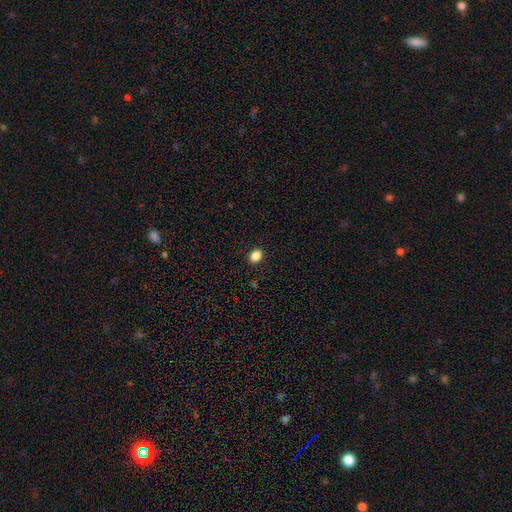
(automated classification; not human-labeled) The model was most divided on "how rounded": round: 60%, in between: 39%, cigar-shaped: 1%. More confident: merging — none (91%); smooth or featured — smooth (85%).